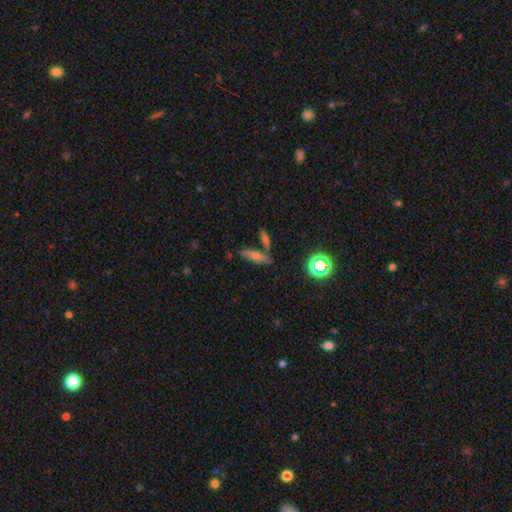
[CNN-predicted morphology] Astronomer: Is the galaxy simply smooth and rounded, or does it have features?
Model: smooth — 56%.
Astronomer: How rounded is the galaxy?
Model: cigar-shaped — 60%.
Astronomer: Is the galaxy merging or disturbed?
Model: none — 62%.